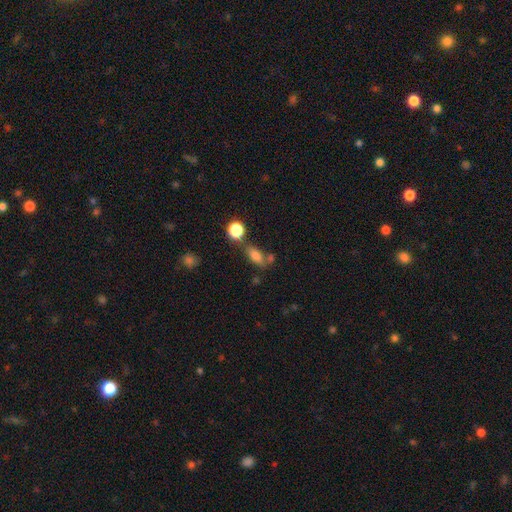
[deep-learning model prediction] A smooth galaxy with no disk features (77%) that is in between round and cigar-shaped (80%).

Vote fractions:
- Smooth or featured? smooth: 77% / star or artifact: 13% / featured or disk: 11%
- How rounded? in between: 80% / round: 11% / cigar-shaped: 10%
- Merging? none: 59% / merger: 17% / minor disturbance: 17% / major disturbance: 7%